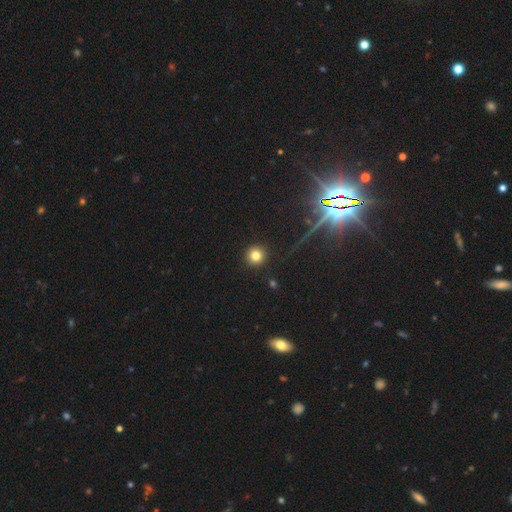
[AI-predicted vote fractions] Smooth or featured: smooth — 78% (star or artifact — 15%)
How rounded: round — 95% (in between — 4%)
Merging: none — 93% (minor disturbance — 4%)